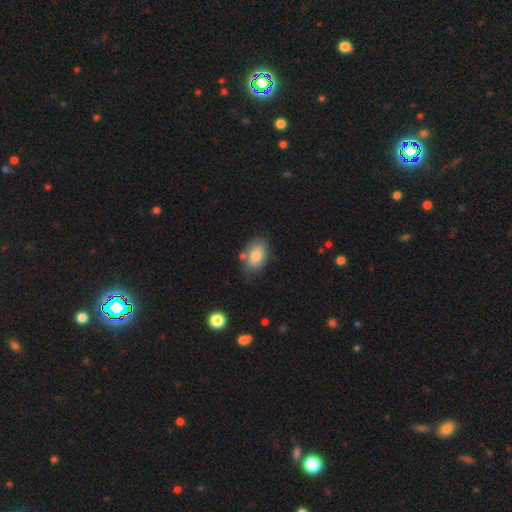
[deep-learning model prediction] A smooth galaxy with no disk features (78%) that is in between round and cigar-shaped (88%). Merging: none (66%).